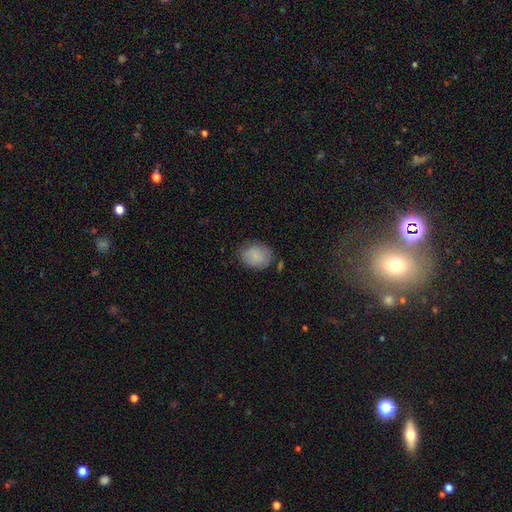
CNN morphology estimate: The model was most divided on "how rounded": in between: 59%, round: 40%, cigar-shaped: 1%. More confident: smooth or featured — smooth (83%); merging — none (72%).